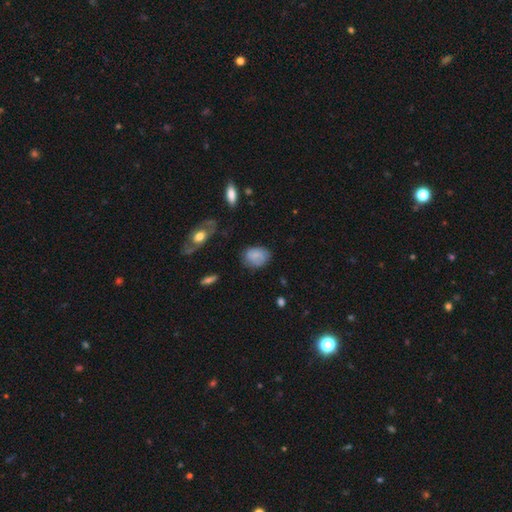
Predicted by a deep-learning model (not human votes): Q: Smooth or featured?
A: smooth (71%); runner-up: featured or disk (21%)
Q: How rounded?
A: in between (70%); runner-up: round (29%)
Q: Merging?
A: none (69%); runner-up: minor disturbance (23%)